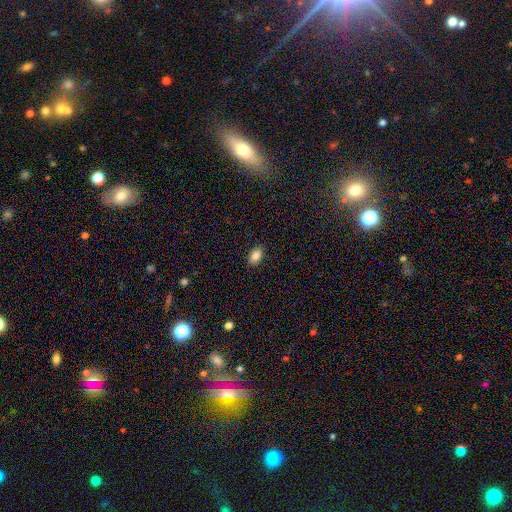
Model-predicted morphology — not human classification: This is clearly a smooth galaxy (87%). How rounded: clearly in between (88%). Merging: clearly none (88%).